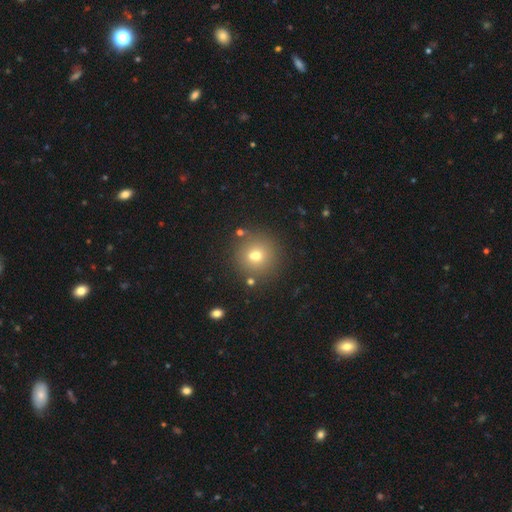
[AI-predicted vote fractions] smooth_or_featured: smooth (p=0.71) [alt: star or artifact p=0.16]
how_rounded: round (p=0.92) [alt: in between p=0.07]
merging: none (p=0.80) [alt: minor disturbance p=0.09]